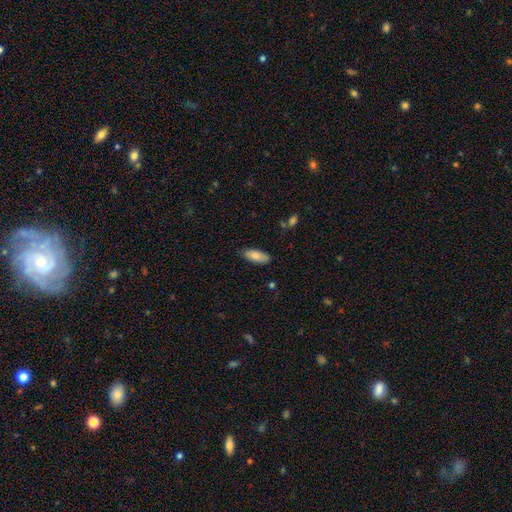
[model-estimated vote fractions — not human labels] A smooth galaxy with no disk features (83%) that is in between round and cigar-shaped (81%). Merging: none (84%).